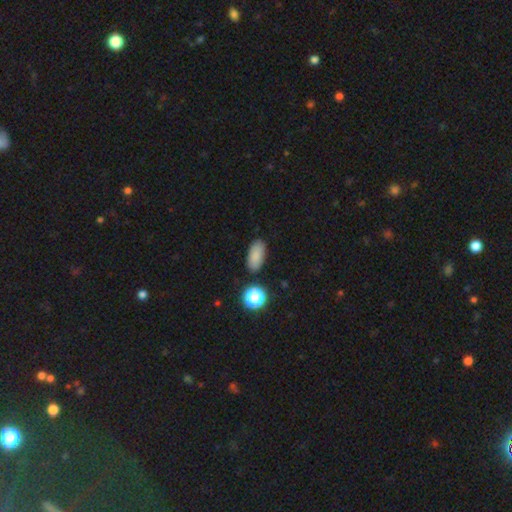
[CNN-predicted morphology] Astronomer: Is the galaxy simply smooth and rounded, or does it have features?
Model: smooth — 84%.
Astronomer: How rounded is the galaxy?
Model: in between — 88%.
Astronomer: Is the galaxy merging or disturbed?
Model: none — 84%.